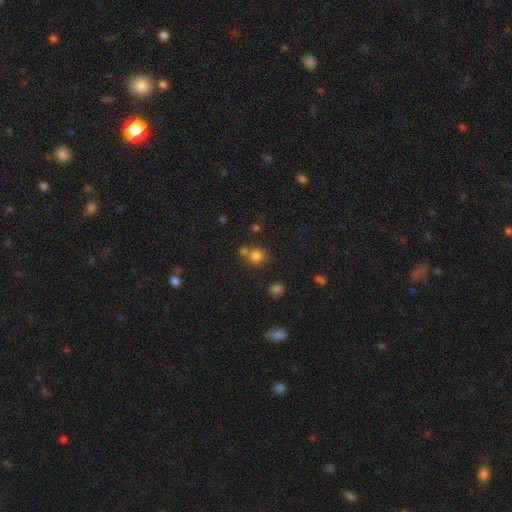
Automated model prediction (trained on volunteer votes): This appears to be a smooth galaxy with no disk features (79%) that is round (85%). Merging: none (58%).